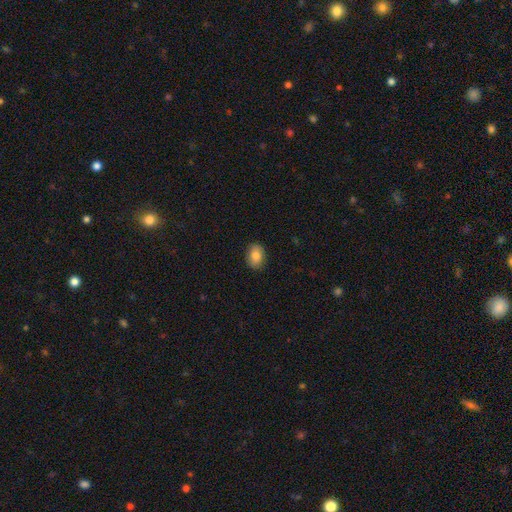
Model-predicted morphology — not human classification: This appears to be a smooth galaxy with no disk features (85%) that is in between round and cigar-shaped (78%). Merging: none (88%).